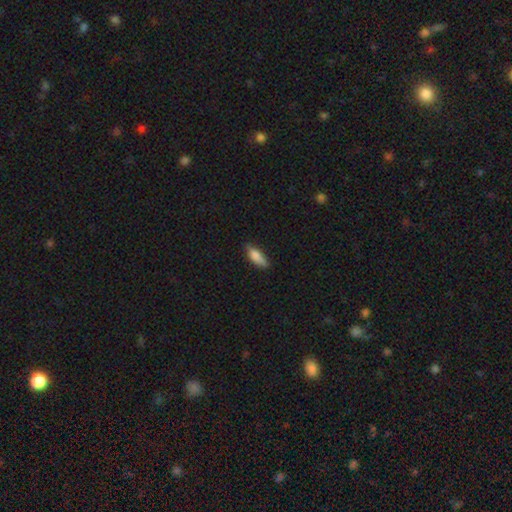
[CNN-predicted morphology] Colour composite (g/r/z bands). It shows a smooth galaxy with no disk features (85%) that is in between round and cigar-shaped (67%). Merging: none (72%).